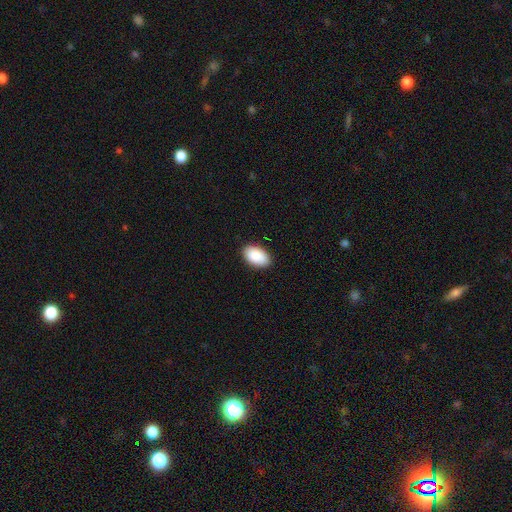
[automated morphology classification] This appears to be a smooth galaxy with no disk features (91%) that is in between round and cigar-shaped (95%). Merging: none (90%).